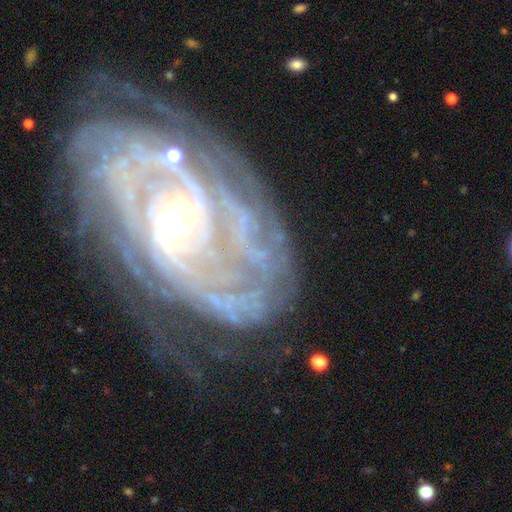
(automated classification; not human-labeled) The model was most divided on "spiral arm count": can't tell: 33%, 2: 19%, 3: 15%, 4: 13%, more than 4: 13%, 1: 8%. Remaining: edge-on disk — no (95%); spiral arms — yes (94%); smooth or featured — featured or disk (88%); spiral winding — tight (68%); merging — none (62%); bulge size — moderate (61%); bar — no (48%).